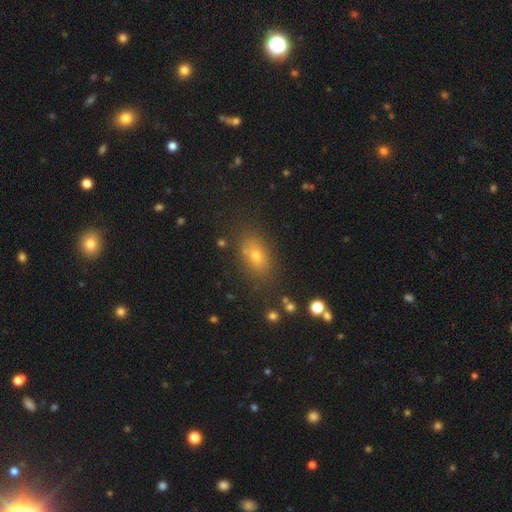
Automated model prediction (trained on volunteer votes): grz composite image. It shows a smooth galaxy with no disk features (68%) that is in between round and cigar-shaped (76%). Merging: none (81%).